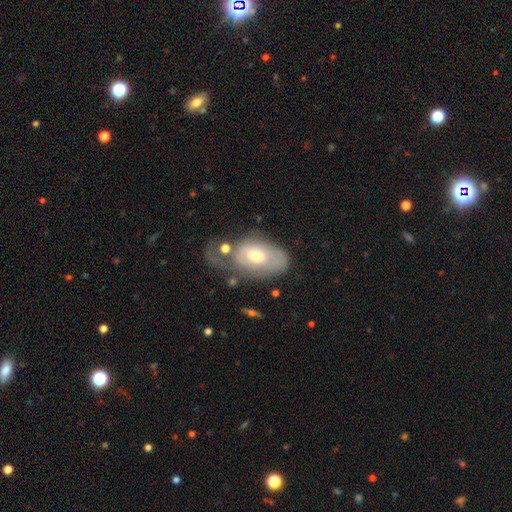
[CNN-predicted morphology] smooth_or_featured: featured or disk (p=0.52) [alt: smooth p=0.41]
disk_edge_on: no (p=0.92) [alt: yes p=0.08]
merging: major disturbance (p=0.32) [alt: none p=0.30]